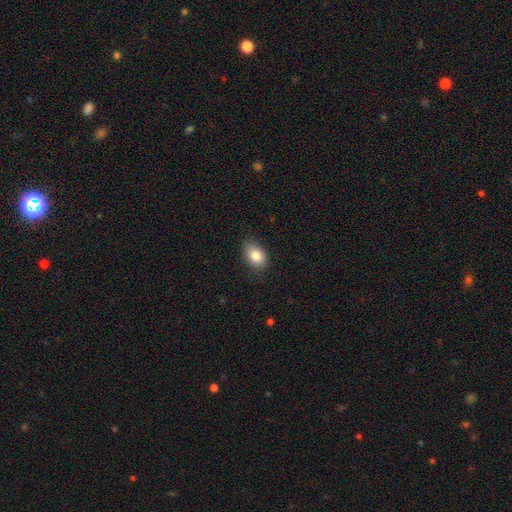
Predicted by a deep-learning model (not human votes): Q: Smooth or featured?
A: smooth (83%); runner-up: star or artifact (9%)
Q: How rounded?
A: in between (78%); runner-up: round (21%)
Q: Merging?
A: none (80%); runner-up: minor disturbance (16%)